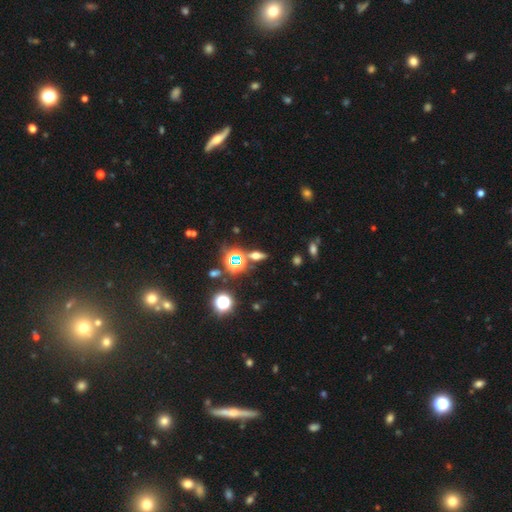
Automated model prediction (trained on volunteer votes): A star or artifact, not a galaxy (35%).

Vote fractions:
- Smooth or featured? star or artifact: 35% / smooth: 34% / featured or disk: 31%